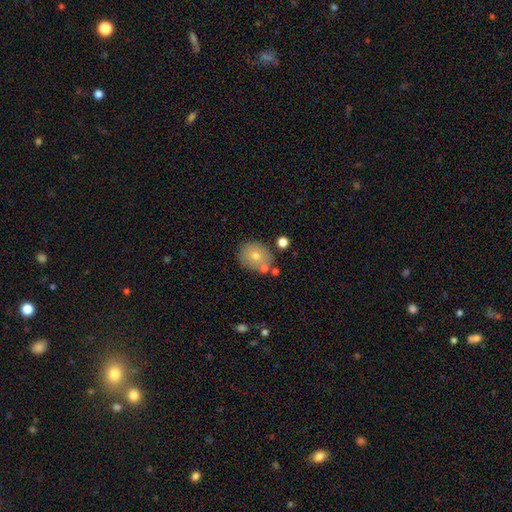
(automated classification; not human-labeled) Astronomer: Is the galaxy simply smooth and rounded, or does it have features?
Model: smooth — 68%.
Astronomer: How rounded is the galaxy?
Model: round — 70%.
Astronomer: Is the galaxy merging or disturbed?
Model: none — 73%.